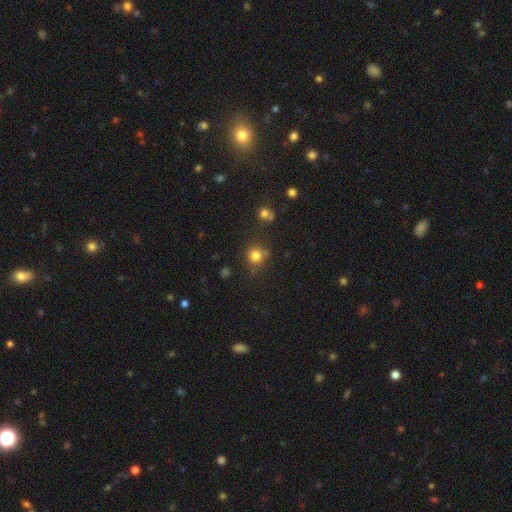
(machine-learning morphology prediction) Smooth or featured: smooth — 80% (star or artifact — 14%)
How rounded: round — 89% (in between — 10%)
Merging: none — 76% (minor disturbance — 13%)